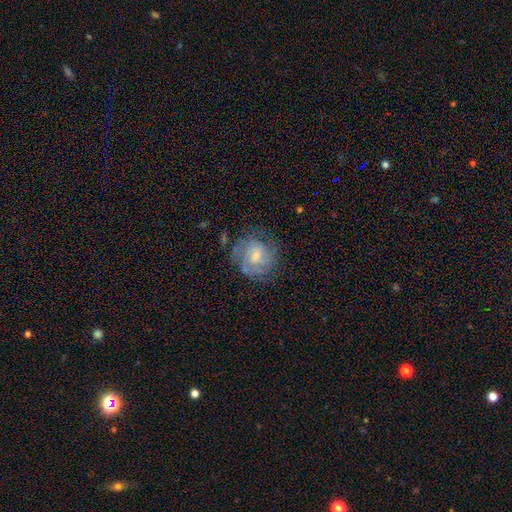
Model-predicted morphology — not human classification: The model was most divided on "bar": no: 47%, weak: 46%, strong: 8%. More confident: edge-on disk — no (97%); spiral arms — yes (80%); merging — none (68%); smooth or featured — featured or disk (63%); bulge size — small (55%).